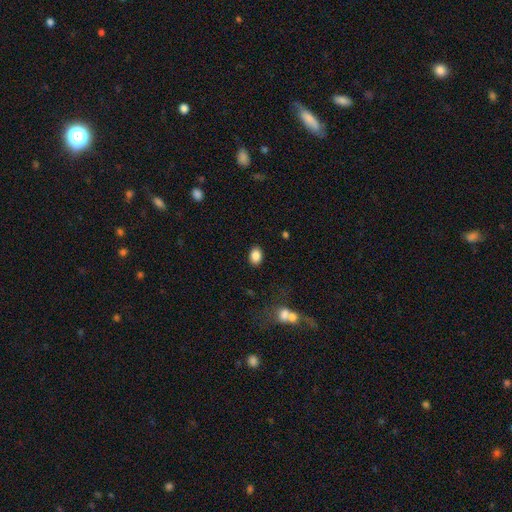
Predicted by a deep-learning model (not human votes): This appears to be a smooth galaxy with no disk features (87%) that is in between round and cigar-shaped (75%). Merging: none (88%).